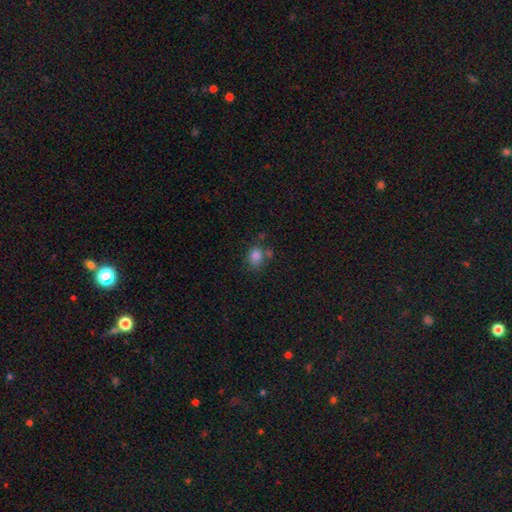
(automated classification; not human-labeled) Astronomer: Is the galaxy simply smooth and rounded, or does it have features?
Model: smooth — 83%.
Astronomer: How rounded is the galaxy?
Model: in between — 50% (runner-up: round, 49%).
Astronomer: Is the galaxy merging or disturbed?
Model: none — 60%.